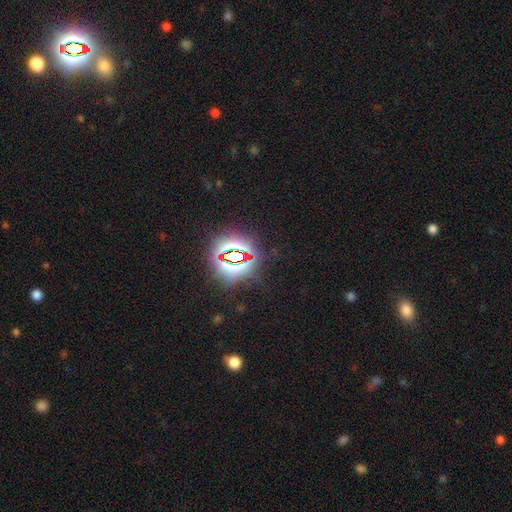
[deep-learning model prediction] Smooth or featured? star or artifact (81%)